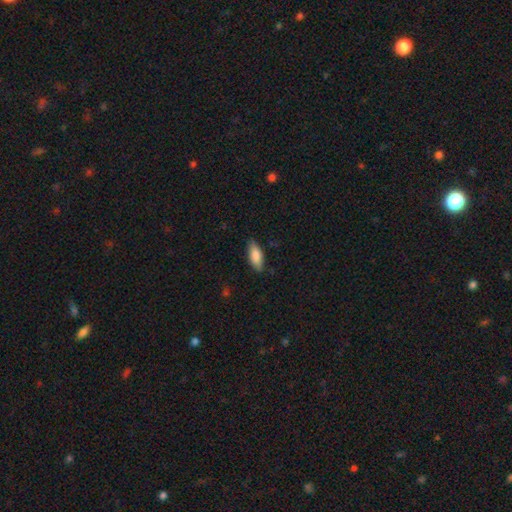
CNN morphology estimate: smooth 84%, featured or disk 10%, star or artifact 6%. Down the decision tree: how rounded — in between (80%); merging — none (81%).